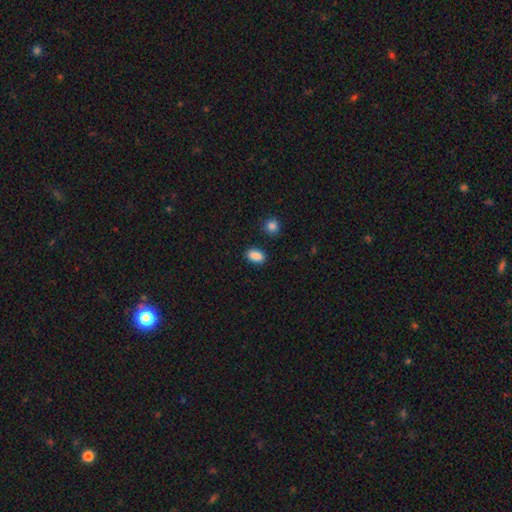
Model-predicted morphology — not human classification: Smooth or featured: smooth — 88% (star or artifact — 9%)
How rounded: in between — 86% (round — 12%)
Merging: none — 87% (minor disturbance — 9%)